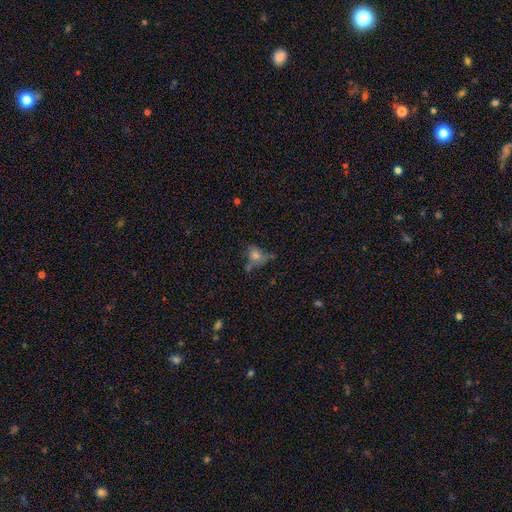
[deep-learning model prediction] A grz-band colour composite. It shows a smooth galaxy with no disk features (64%) that is in between round and cigar-shaped (54%). Merging: none (43%).